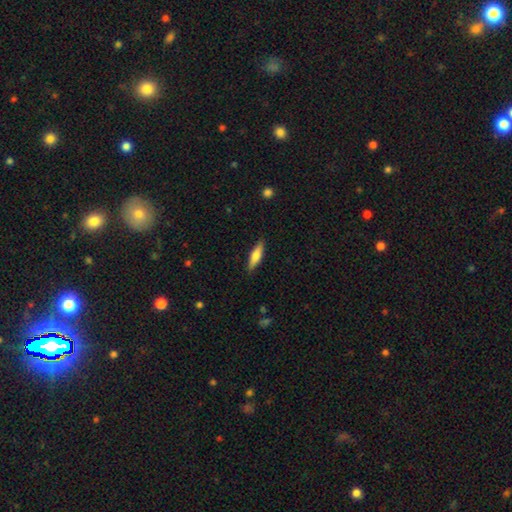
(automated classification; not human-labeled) Smooth or featured? Predicted: smooth (p=0.67). How rounded? Predicted: cigar-shaped (p=0.66). Merging? Predicted: none (p=0.87).